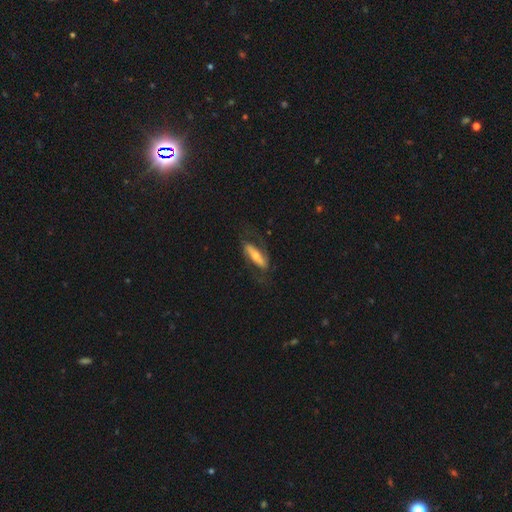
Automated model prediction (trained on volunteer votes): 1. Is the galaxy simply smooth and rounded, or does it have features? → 66% featured or disk, 26% smooth, 7% star or artifact.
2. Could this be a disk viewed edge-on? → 71% no, 29% yes.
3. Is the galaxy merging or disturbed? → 65% none, 18% minor disturbance, 15% major disturbance, 2% merger.